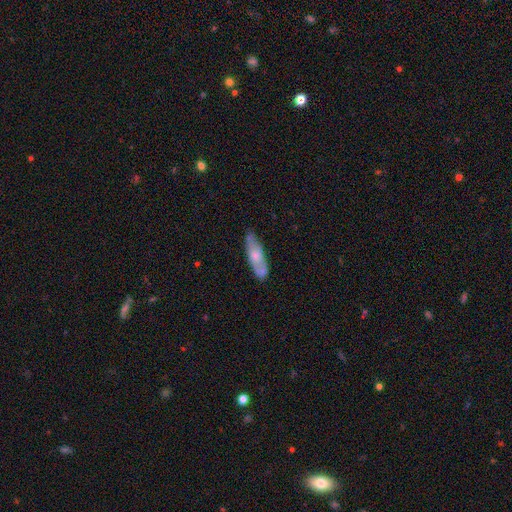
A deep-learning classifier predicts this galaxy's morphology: Smooth or featured?
  - smooth: 58% *
  - featured or disk: 37%
  - star or artifact: 5%
How rounded?
  - cigar-shaped: 51% *
  - in between: 47%
  - round: 2%
Merging?
  - none: 66% *
  - minor disturbance: 23%
  - merger: 6%
  - major disturbance: 5%